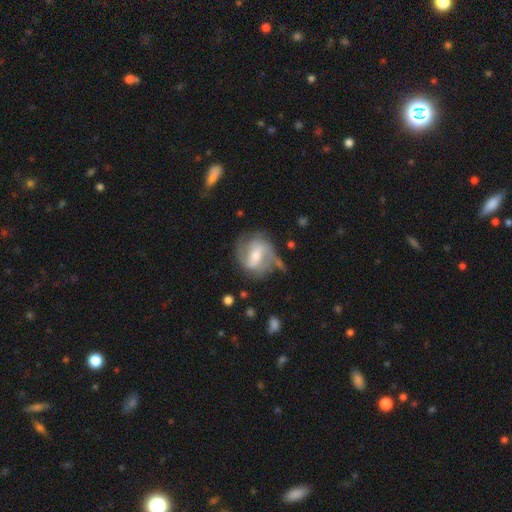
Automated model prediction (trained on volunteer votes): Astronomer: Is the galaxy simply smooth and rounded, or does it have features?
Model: featured or disk — 76%.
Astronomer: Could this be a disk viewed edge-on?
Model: no — 96%.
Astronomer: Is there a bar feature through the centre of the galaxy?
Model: weak — 43% (runner-up: strong, 40%).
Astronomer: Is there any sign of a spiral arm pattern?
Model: yes — 88%.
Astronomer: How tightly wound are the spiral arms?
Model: medium — 45% (runner-up: loose, 31%).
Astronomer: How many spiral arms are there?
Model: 2 — 79%.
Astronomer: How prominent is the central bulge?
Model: moderate — 50% (runner-up: small, 44%).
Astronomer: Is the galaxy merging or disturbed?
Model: none — 60%.